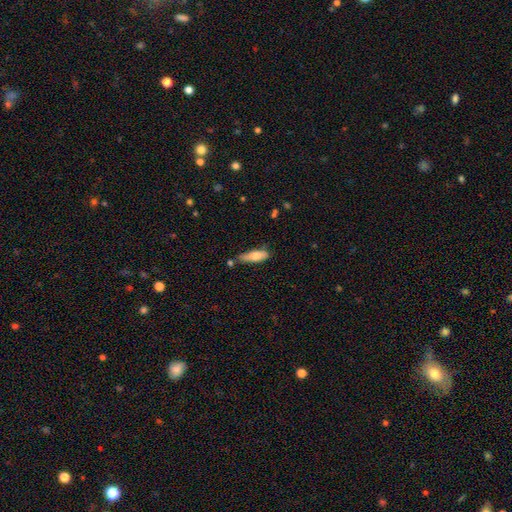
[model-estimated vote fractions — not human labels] Smooth or featured? smooth (75%)
How rounded? cigar-shaped (50%)
Merging? none (62%)